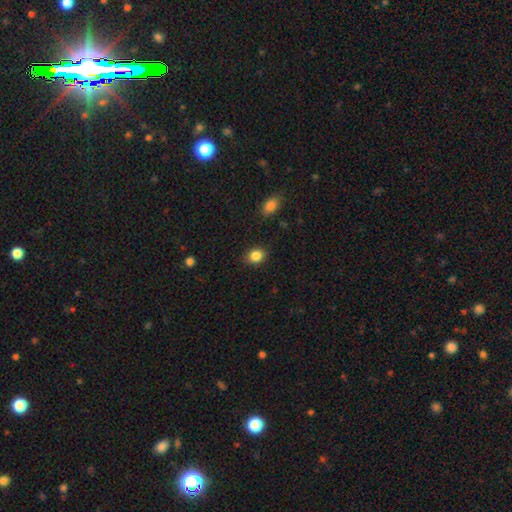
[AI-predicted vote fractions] The model was most divided on "how rounded": round: 51%, in between: 48%, cigar-shaped: 1%. More confident: merging — none (87%); smooth or featured — smooth (85%).